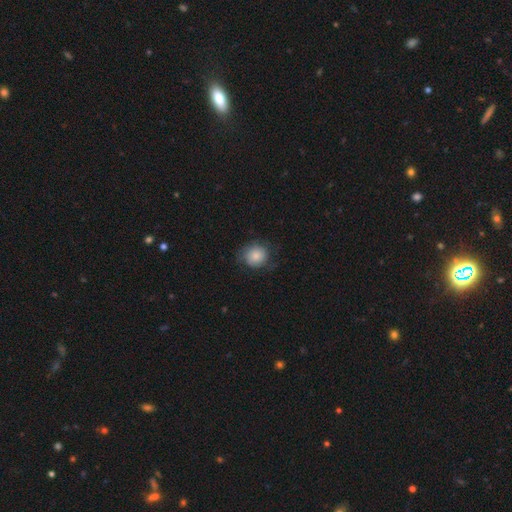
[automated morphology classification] This is likely a smooth galaxy (74%). How rounded: clearly round (81%). Merging: likely none (66%).